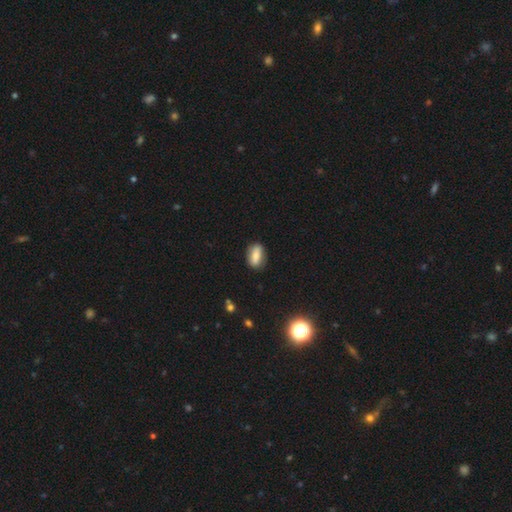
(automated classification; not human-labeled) smooth-or-featured: smooth: 79% | featured or disk: 13% | star or artifact: 8%
  how-rounded: in between: 83% | cigar-shaped: 10% | round: 7%
  merging: none: 81% | minor disturbance: 14% | major disturbance: 3% | merger: 2%